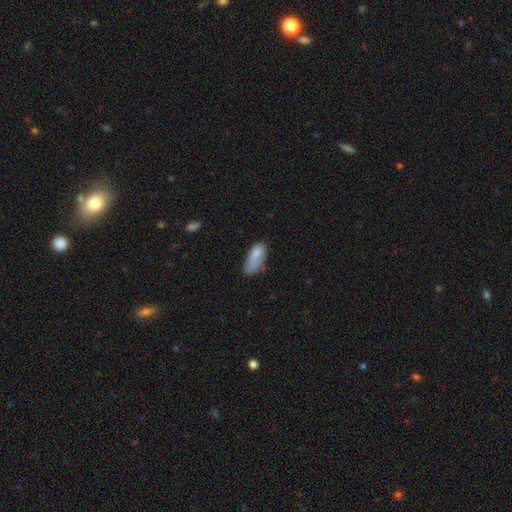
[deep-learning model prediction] Overall: smooth (77%). How rounded: in between (84%). Merging: none (48%; minor disturbance 34%).